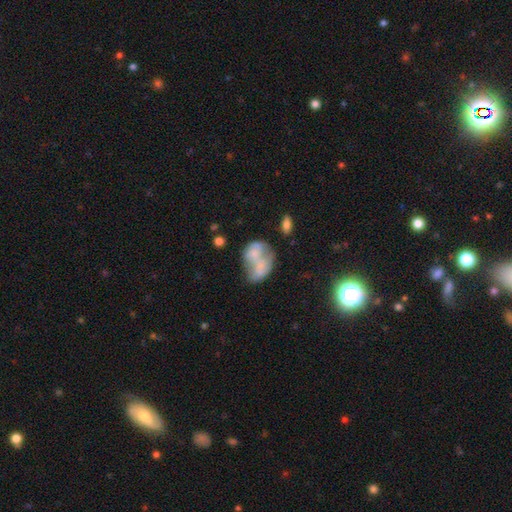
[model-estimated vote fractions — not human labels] smooth_or_featured: smooth (p=0.53) [alt: featured or disk p=0.37]
how_rounded: in between (p=0.73) [alt: round p=0.25]
merging: merger (p=0.49) [alt: none p=0.19]